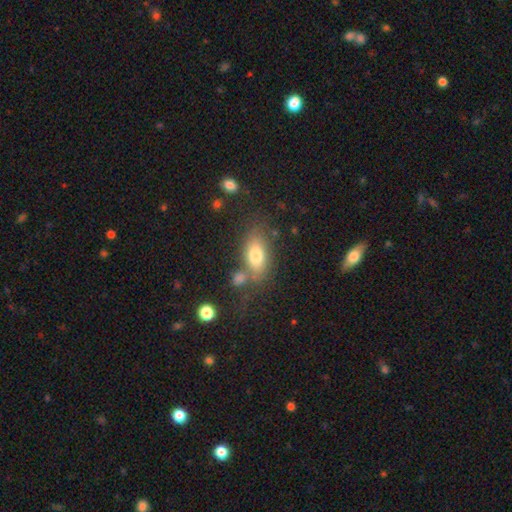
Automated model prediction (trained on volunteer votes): This appears to be a smooth galaxy with no disk features (76%) that is in between round and cigar-shaped (85%). Merging: none (63%).